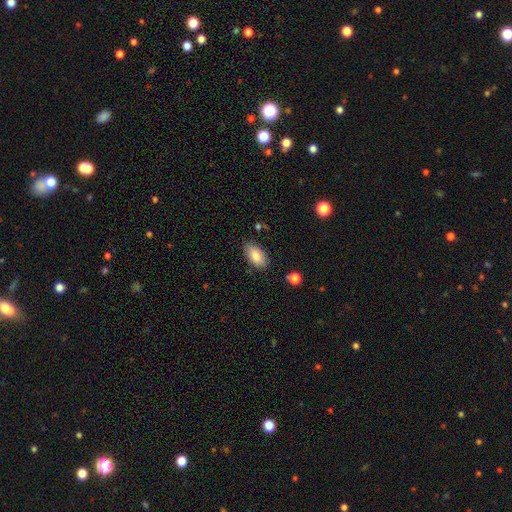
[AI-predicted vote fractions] This is clearly a smooth galaxy (83%). How rounded: clearly in between (93%). Merging: clearly none (83%).